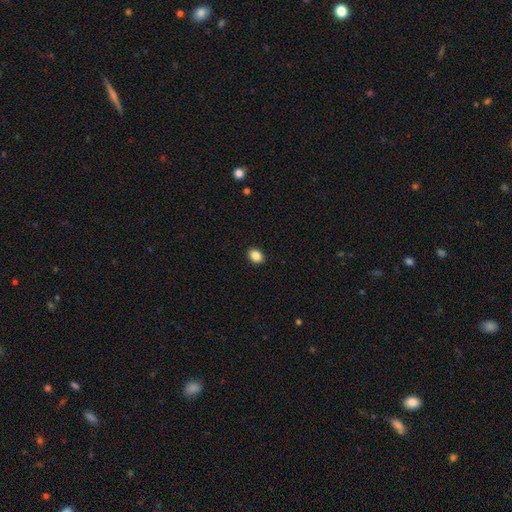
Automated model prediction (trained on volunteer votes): smooth 87%, star or artifact 9%, featured or disk 4%. Down the decision tree: how rounded — in between (65%); merging — none (91%).